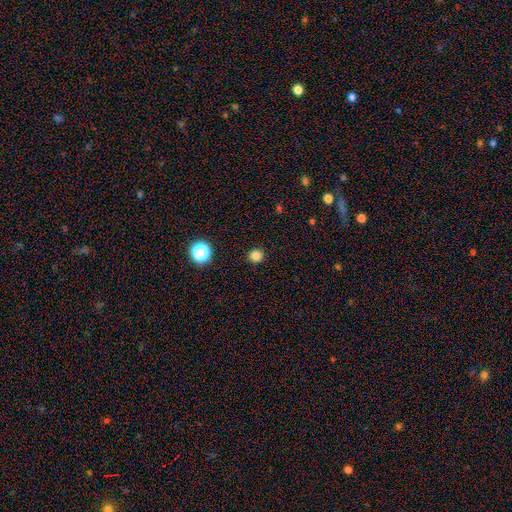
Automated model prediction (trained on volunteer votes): smooth 83%, star or artifact 13%, featured or disk 4%. Down the decision tree: how rounded — round (92%); merging — none (92%).